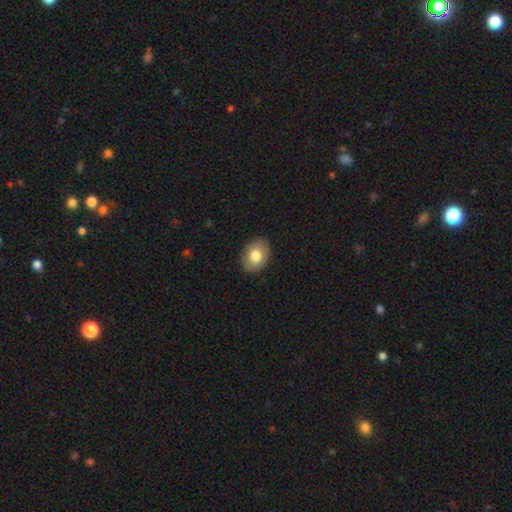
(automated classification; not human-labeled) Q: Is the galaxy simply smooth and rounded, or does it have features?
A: smooth — 80%.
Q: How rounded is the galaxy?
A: in between — 70%.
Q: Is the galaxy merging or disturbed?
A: none — 88%.